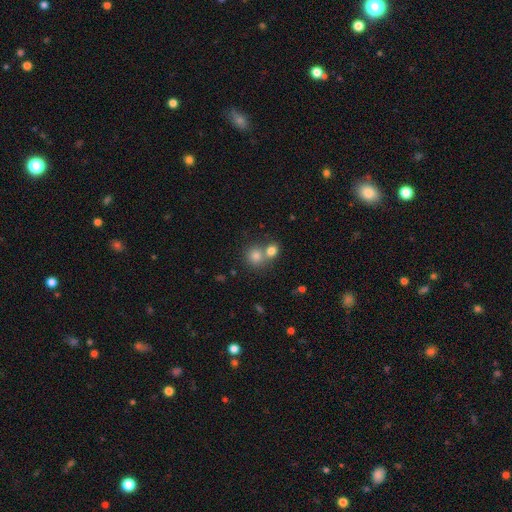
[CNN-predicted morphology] This appears to be a smooth galaxy with no disk features (79%) that is round (82%). Merging: merger (47%).